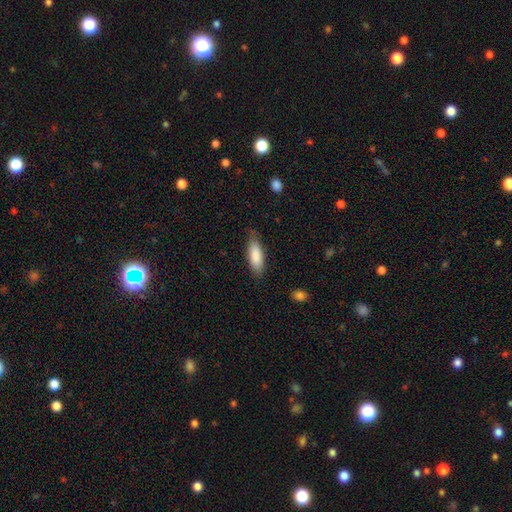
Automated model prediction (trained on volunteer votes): Smooth or featured: smooth — 86% (featured or disk — 9%)
How rounded: in between — 61% (cigar-shaped — 38%)
Merging: none — 76% (minor disturbance — 19%)